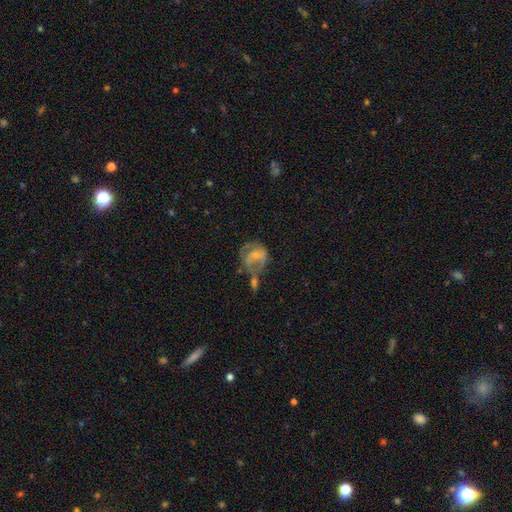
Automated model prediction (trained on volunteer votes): Smooth or featured? featured or disk (50%)
Edge-on disk? no (97%)
Merging? major disturbance (29%)